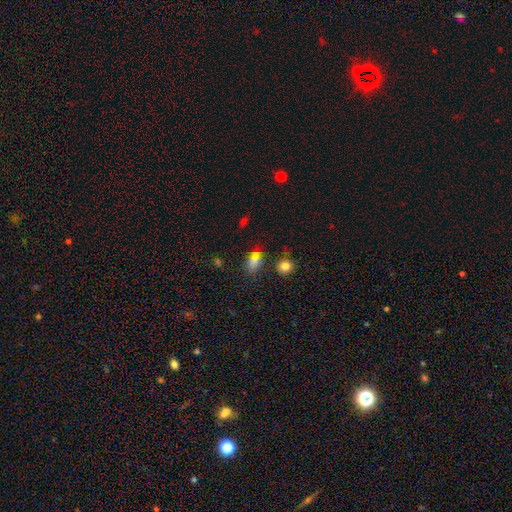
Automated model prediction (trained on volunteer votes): Smooth or featured: smooth — 69% (star or artifact — 20%)
How rounded: in between — 72% (round — 24%)
Merging: none — 69% (minor disturbance — 16%)